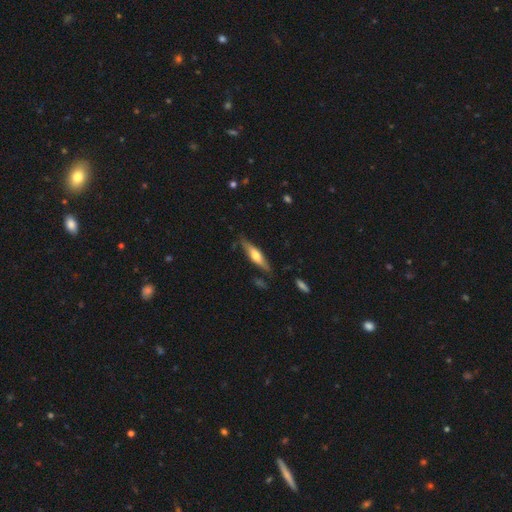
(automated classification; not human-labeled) featured or disk 49%, smooth 45%, star or artifact 6%. Down the decision tree: merging — none (80%).